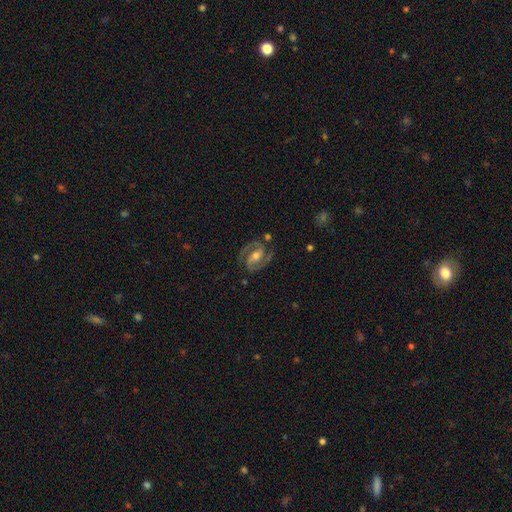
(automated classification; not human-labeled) smooth_or_featured: featured or disk (p=0.90) [alt: smooth p=0.05]
disk_edge_on: no (p=0.98) [alt: yes p=0.02]
bar: weak (p=0.39) [alt: strong p=0.36]
has_spiral_arms: yes (p=0.98) [alt: no p=0.02]
spiral_winding: medium (p=0.55) [alt: tight p=0.36]
spiral_arm_count: 2 (p=0.93) [alt: can't tell p=0.02]
bulge_size: moderate (p=0.62) [alt: small p=0.31]
merging: none (p=0.81) [alt: minor disturbance p=0.13]